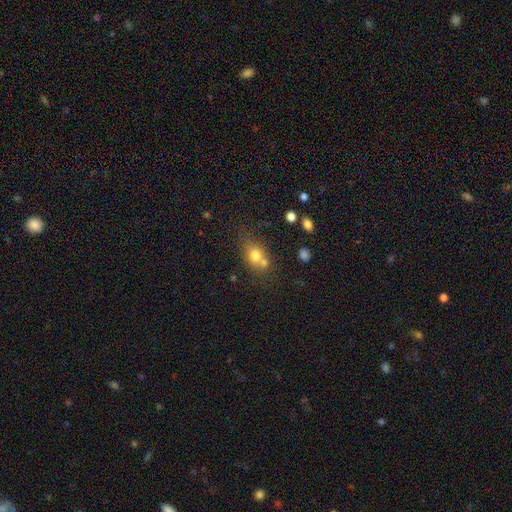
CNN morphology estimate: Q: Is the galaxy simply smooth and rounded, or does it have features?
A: smooth — 72%.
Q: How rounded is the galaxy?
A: round — 53%.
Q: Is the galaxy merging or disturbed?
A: none — 43%.